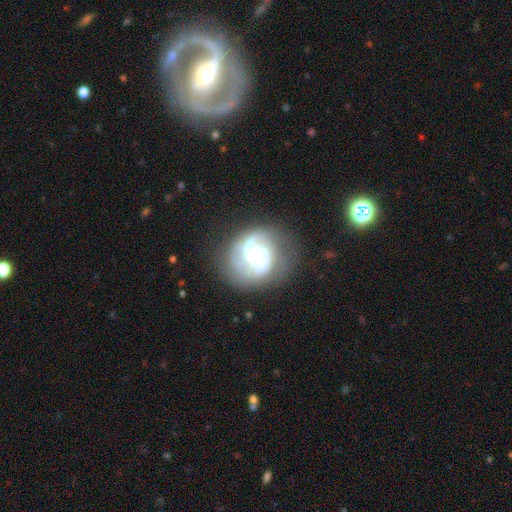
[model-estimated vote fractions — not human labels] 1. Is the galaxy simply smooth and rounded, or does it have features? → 77% featured or disk, 16% smooth, 7% star or artifact.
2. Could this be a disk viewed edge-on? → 98% no, 2% yes.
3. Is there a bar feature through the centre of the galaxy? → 53% no, 36% weak, 11% strong.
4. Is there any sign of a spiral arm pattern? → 91% yes, 9% no.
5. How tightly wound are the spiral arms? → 42% medium, 38% tight, 20% loose.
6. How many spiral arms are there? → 37% 2, 27% 3, 21% can't tell, 6% 1, 5% 4, 4% more than 4.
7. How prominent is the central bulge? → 44% moderate, 40% small, 10% large, 4% none, 2% dominant.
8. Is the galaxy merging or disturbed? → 60% none, 20% minor disturbance, 16% major disturbance, 4% merger.